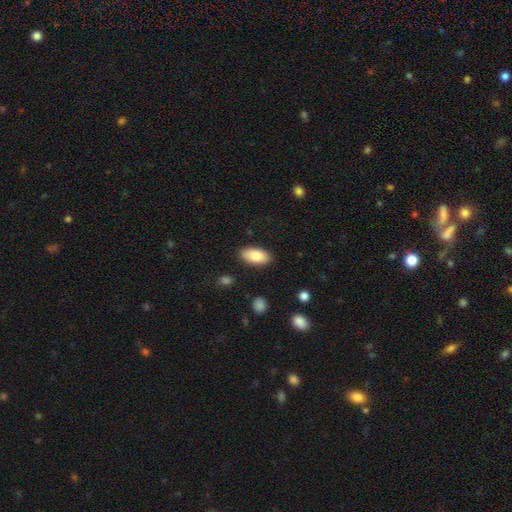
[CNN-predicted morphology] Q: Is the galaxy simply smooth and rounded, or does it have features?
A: smooth — 85%.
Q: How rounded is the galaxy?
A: in between — 92%.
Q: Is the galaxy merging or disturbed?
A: none — 86%.